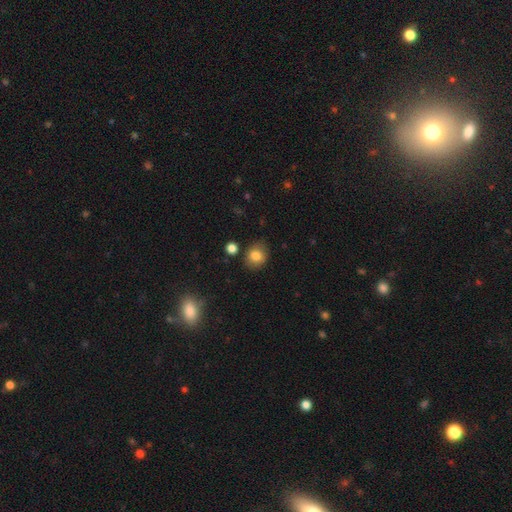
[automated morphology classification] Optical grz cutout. It shows a smooth galaxy with no disk features (82%) that is round (63%). Merging: none (81%).